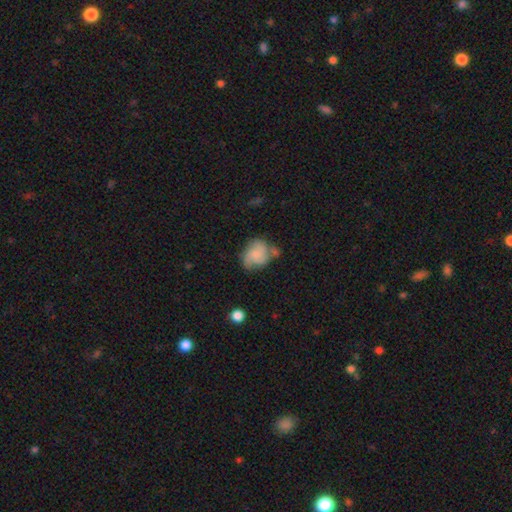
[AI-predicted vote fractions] Q: Smooth or featured?
A: smooth (48%); runner-up: featured or disk (44%)
Q: Merging?
A: none (41%); runner-up: minor disturbance (28%)